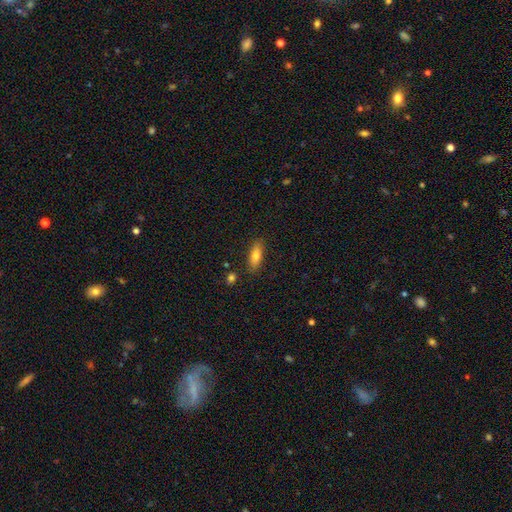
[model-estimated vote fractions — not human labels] Q: Smooth or featured?
A: smooth (77%); runner-up: featured or disk (15%)
Q: How rounded?
A: in between (69%); runner-up: cigar-shaped (28%)
Q: Merging?
A: none (85%); runner-up: minor disturbance (10%)